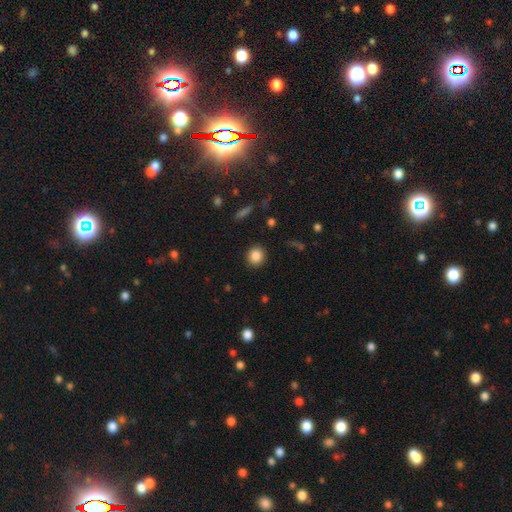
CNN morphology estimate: Overall: smooth (86%). How rounded: round (85%). Merging: none (90%).